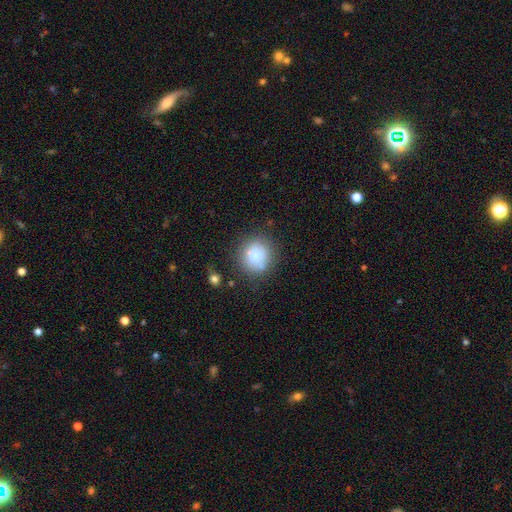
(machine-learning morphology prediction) A smooth galaxy with no disk features (79%) that is round (88%).

Vote fractions:
- Smooth or featured? smooth: 79% / featured or disk: 11% / star or artifact: 9%
- How rounded? round: 88% / in between: 11% / cigar-shaped: 1%
- Merging? none: 70% / minor disturbance: 17% / merger: 8% / major disturbance: 6%